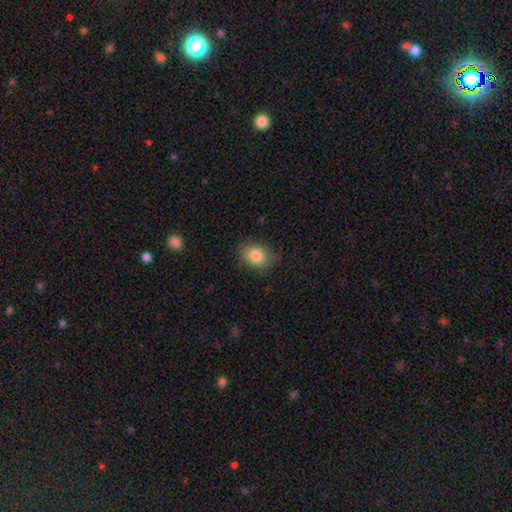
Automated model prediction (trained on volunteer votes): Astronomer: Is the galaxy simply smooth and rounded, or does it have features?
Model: smooth — 83%.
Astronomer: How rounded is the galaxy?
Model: in between — 71%.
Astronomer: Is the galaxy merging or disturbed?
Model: none — 80%.